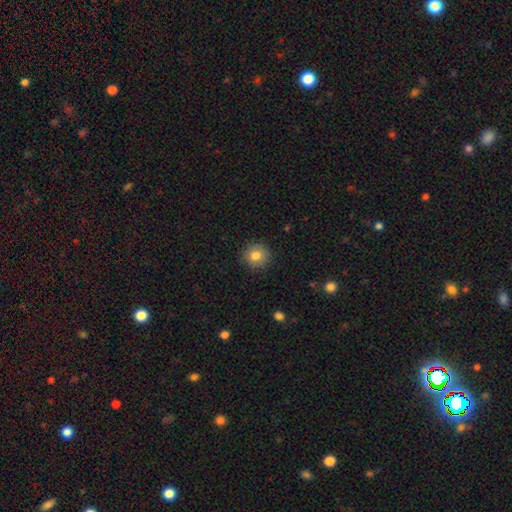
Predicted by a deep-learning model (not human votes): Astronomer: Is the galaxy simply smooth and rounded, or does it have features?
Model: smooth — 82%.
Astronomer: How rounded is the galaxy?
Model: round — 92%.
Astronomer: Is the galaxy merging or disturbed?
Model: none — 90%.